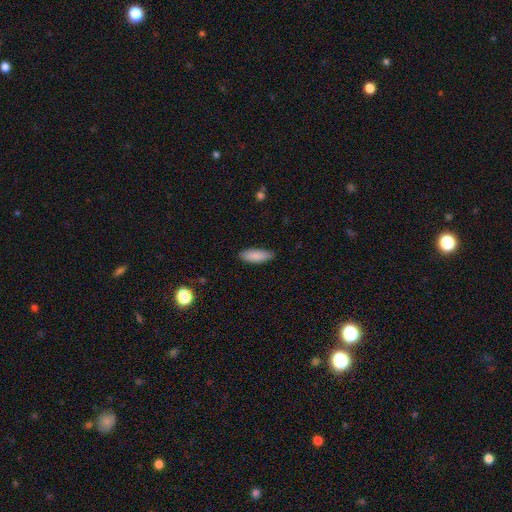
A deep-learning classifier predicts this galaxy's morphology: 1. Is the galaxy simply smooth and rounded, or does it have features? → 89% smooth, 6% star or artifact, 5% featured or disk.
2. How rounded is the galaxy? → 67% in between, 31% cigar-shaped, 2% round.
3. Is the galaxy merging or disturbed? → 86% none, 11% minor disturbance, 2% major disturbance, 1% merger.